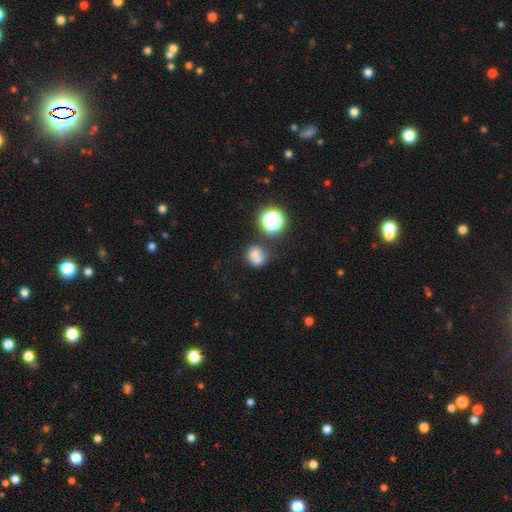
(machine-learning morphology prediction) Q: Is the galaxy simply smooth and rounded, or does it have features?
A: smooth — 68%.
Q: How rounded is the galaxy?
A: round — 77%.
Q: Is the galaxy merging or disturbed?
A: merger — 43%.